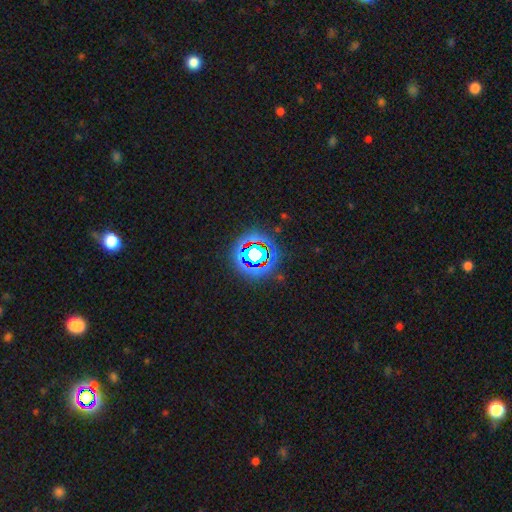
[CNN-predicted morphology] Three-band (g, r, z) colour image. It shows a star or artifact, not a galaxy (76%).